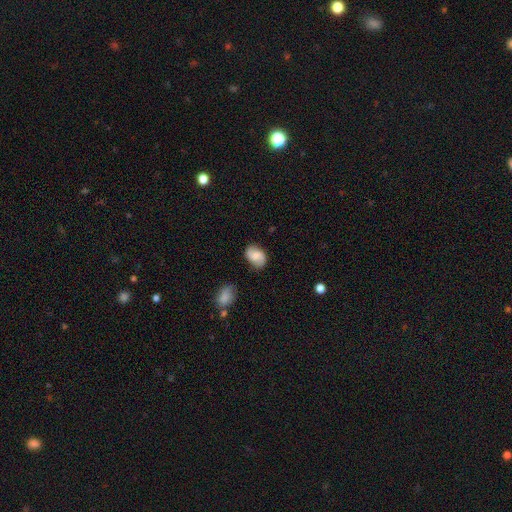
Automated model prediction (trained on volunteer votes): This appears to be a smooth galaxy with no disk features (50%). Merging: none (76%).